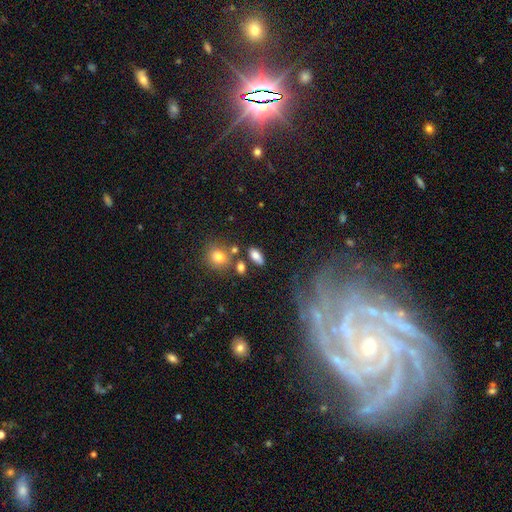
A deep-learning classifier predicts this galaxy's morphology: Smooth or featured?
  - smooth: 77% *
  - featured or disk: 12%
  - star or artifact: 10%
How rounded?
  - in between: 82% *
  - cigar-shaped: 11%
  - round: 8%
Merging?
  - none: 72% *
  - minor disturbance: 12%
  - merger: 11%
  - major disturbance: 5%